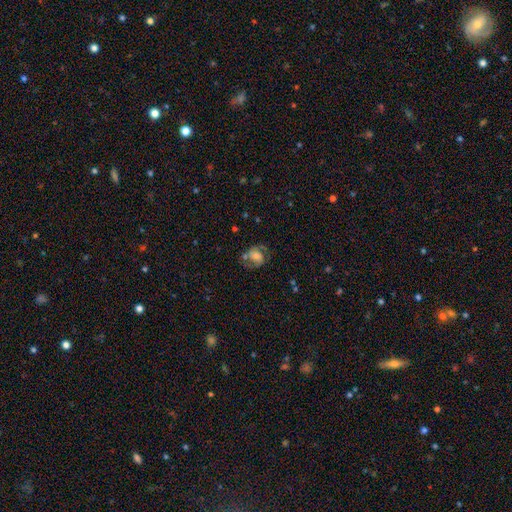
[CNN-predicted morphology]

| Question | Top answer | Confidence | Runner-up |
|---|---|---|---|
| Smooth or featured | featured or disk | 68% | smooth (23%) |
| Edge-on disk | no | 98% | yes (2%) |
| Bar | no | 50% | weak (38%) |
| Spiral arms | yes | 89% | no (11%) |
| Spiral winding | medium | 53% | loose (24%) |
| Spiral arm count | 2 | 86% | can't tell (6%) |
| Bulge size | moderate | 38% | small (29%) |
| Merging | none | 62% | minor disturbance (19%) |